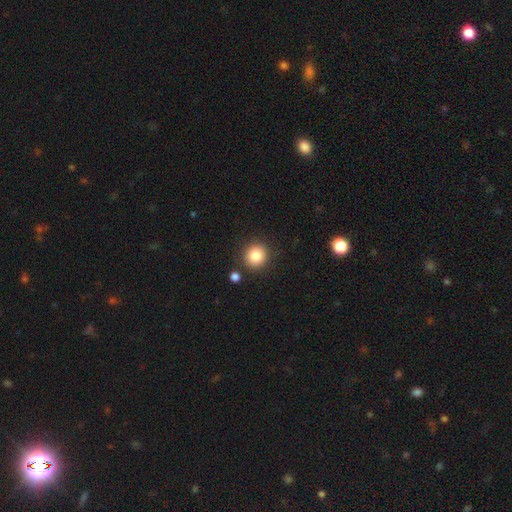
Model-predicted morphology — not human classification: Overall: smooth (84%). How rounded: round (91%). Merging: none (85%).